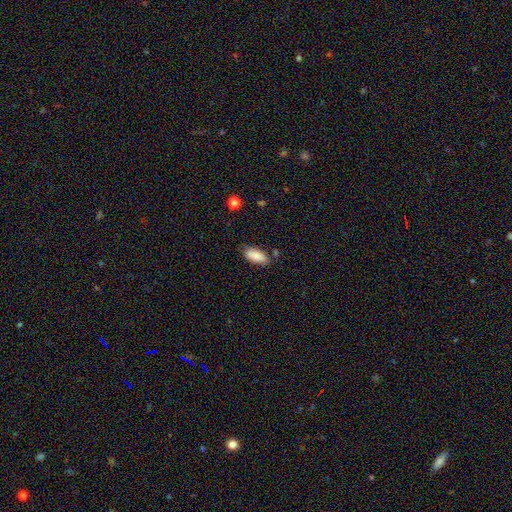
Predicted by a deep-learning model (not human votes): smooth-or-featured: smooth: 87% | star or artifact: 7% | featured or disk: 6%
  how-rounded: in between: 88% | cigar-shaped: 10% | round: 2%
  merging: none: 76% | minor disturbance: 17% | merger: 3% | major disturbance: 3%